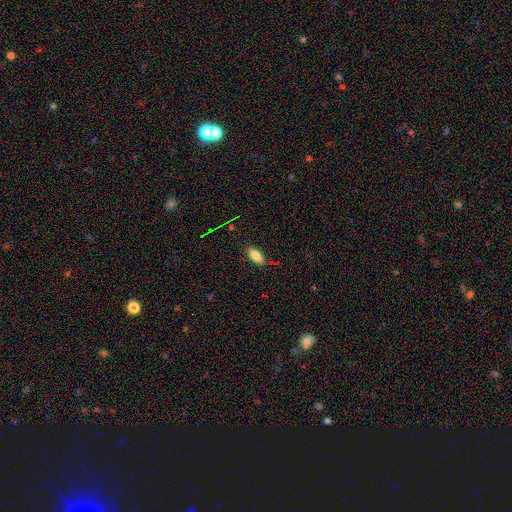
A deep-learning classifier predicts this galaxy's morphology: smooth_or_featured: smooth (p=0.82) [alt: star or artifact p=0.09]
how_rounded: in between (p=0.86) [alt: cigar-shaped p=0.12]
merging: none (p=0.85) [alt: minor disturbance p=0.11]